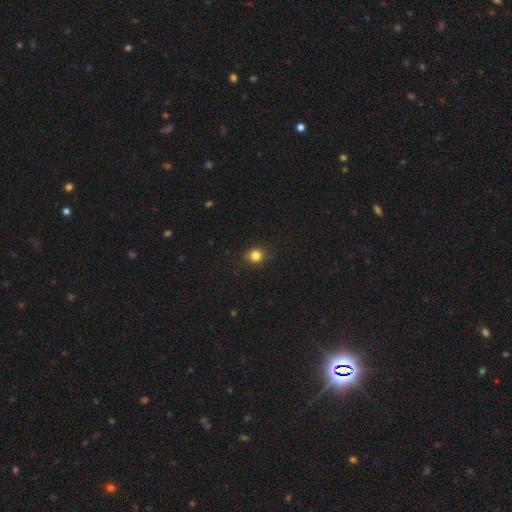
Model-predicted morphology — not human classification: Smooth or featured: smooth — 82% (star or artifact — 13%)
How rounded: round — 85% (in between — 14%)
Merging: none — 88% (minor disturbance — 9%)